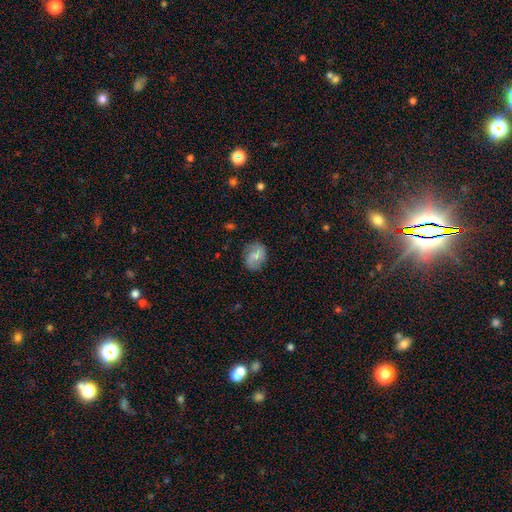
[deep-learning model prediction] Smooth or featured? Predicted: smooth (p=0.55). How rounded? Predicted: round (p=0.53). Merging? Predicted: none (p=0.74).